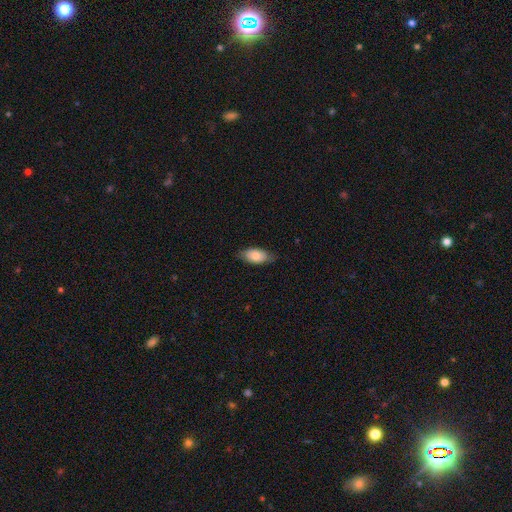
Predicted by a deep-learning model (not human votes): smooth_or_featured: smooth (p=0.79) [alt: featured or disk p=0.15]
how_rounded: in between (p=0.91) [alt: cigar-shaped p=0.06]
merging: none (p=0.77) [alt: minor disturbance p=0.19]